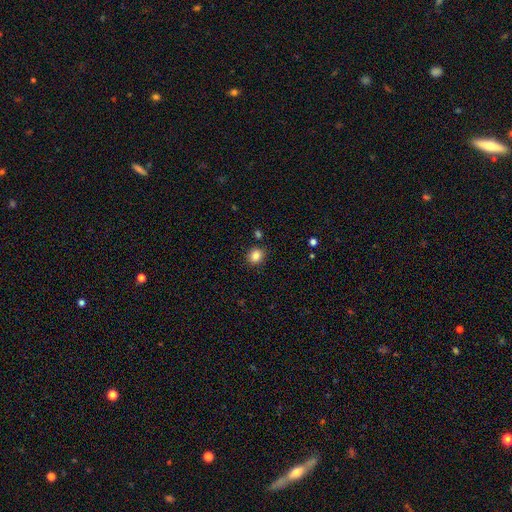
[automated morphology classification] A smooth galaxy with no disk features (85%) that is round (72%).

Vote fractions:
- Smooth or featured? smooth: 85% / star or artifact: 11% / featured or disk: 5%
- How rounded? round: 72% / in between: 27% / cigar-shaped: 1%
- Merging? none: 85% / minor disturbance: 9% / merger: 3% / major disturbance: 3%